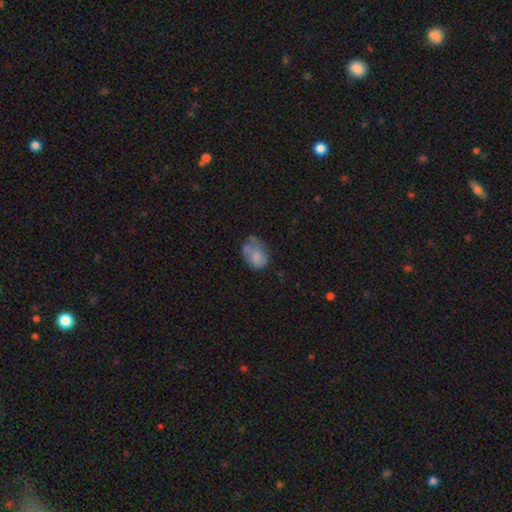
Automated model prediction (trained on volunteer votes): smooth_or_featured: smooth (p=0.71) [alt: featured or disk p=0.20]
how_rounded: in between (p=0.68) [alt: round p=0.31]
merging: none (p=0.36) [alt: minor disturbance p=0.34]